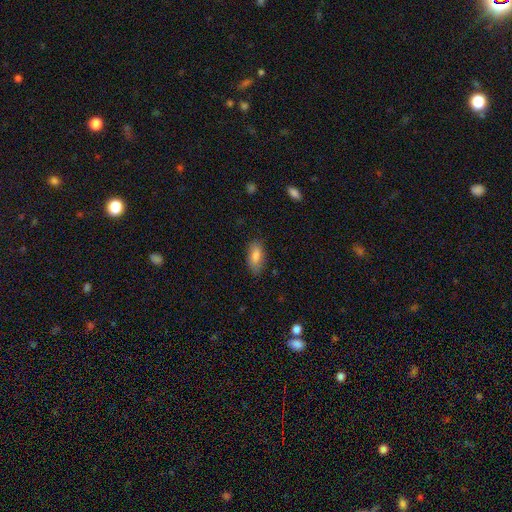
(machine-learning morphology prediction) A smooth galaxy with no disk features (82%) that is in between round and cigar-shaped (88%).

Vote fractions:
- Smooth or featured? smooth: 82% / featured or disk: 11% / star or artifact: 7%
- How rounded? in between: 88% / cigar-shaped: 9% / round: 3%
- Merging? none: 77% / minor disturbance: 18% / major disturbance: 4% / merger: 1%